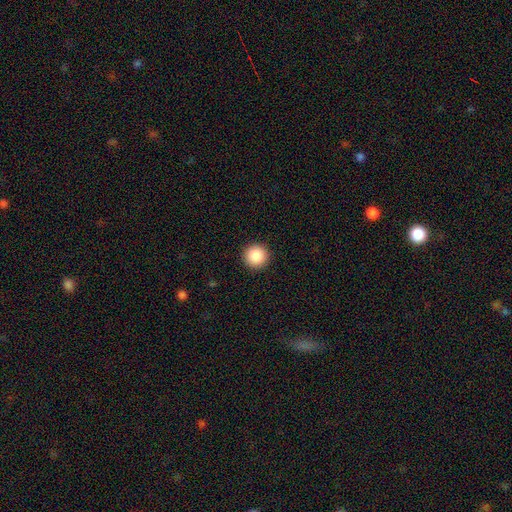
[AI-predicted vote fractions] smooth_or_featured: smooth (p=0.88) [alt: star or artifact p=0.09]
how_rounded: round (p=0.96) [alt: in between p=0.03]
merging: none (p=0.93) [alt: minor disturbance p=0.04]